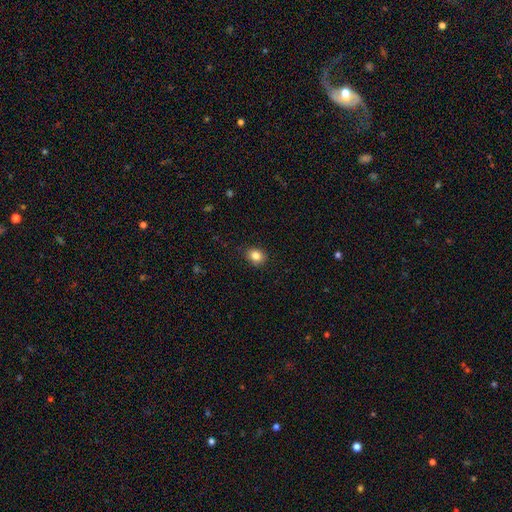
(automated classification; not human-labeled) A smooth galaxy with no disk features (84%) that is round (58%).

Vote fractions:
- Smooth or featured? smooth: 84% / star or artifact: 10% / featured or disk: 5%
- How rounded? round: 58% / in between: 41% / cigar-shaped: 1%
- Merging? none: 87% / minor disturbance: 10% / major disturbance: 2% / merger: 1%